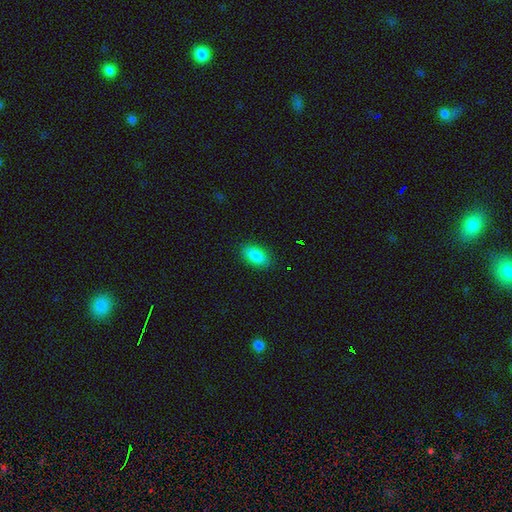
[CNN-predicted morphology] The model was most divided on "merging": none: 89%, minor disturbance: 8%, major disturbance: 2%, merger: 1%. More confident: how rounded — in between (92%); smooth or featured — smooth (88%).